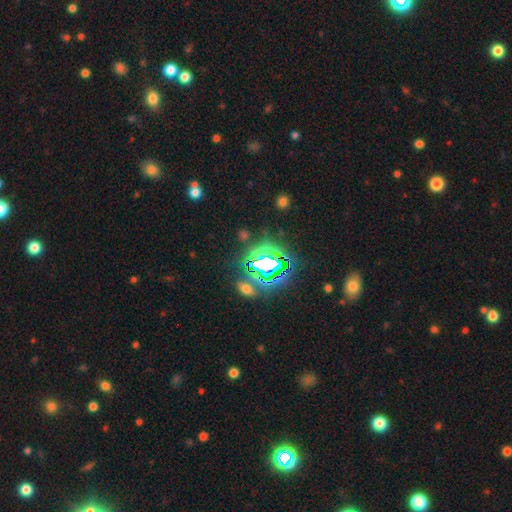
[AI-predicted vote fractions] A star or artifact, not a galaxy (79%).

Vote fractions:
- Smooth or featured? star or artifact: 79% / smooth: 12% / featured or disk: 9%